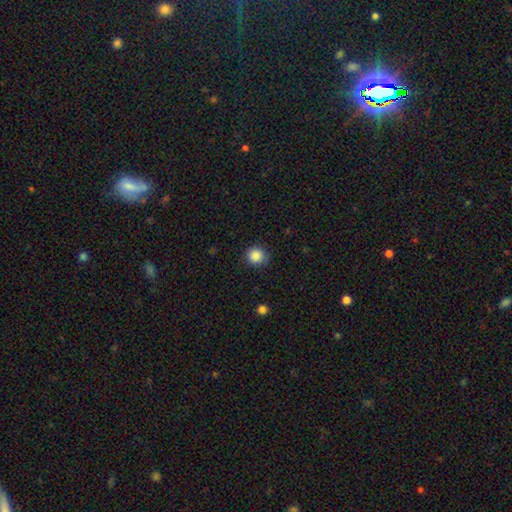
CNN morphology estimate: Overall: smooth (87%). How rounded: round (92%). Merging: none (88%).